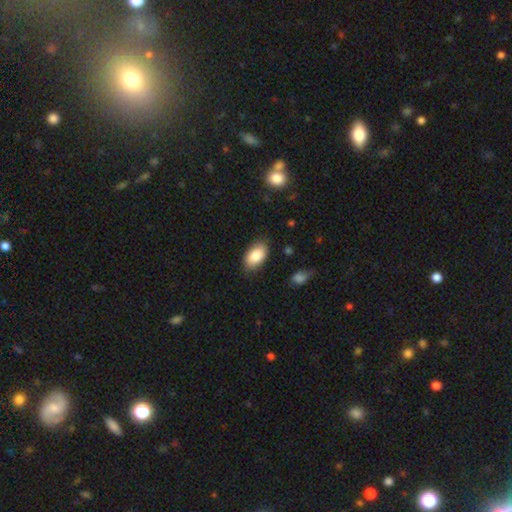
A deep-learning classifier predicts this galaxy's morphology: smooth-or-featured: smooth: 85% | featured or disk: 8% | star or artifact: 7%
  how-rounded: in between: 93% | round: 5% | cigar-shaped: 2%
  merging: none: 82% | minor disturbance: 14% | major disturbance: 3% | merger: 1%